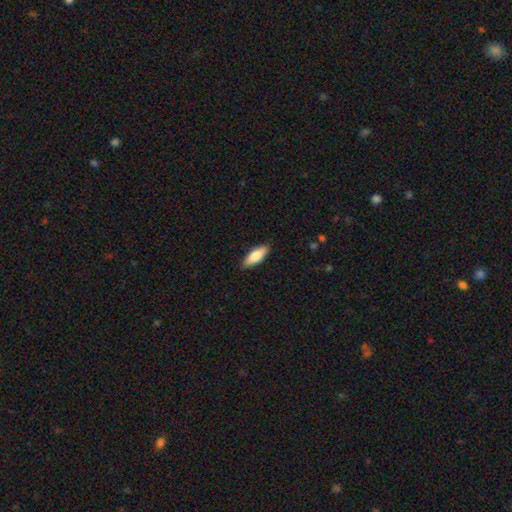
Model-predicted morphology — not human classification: Smooth or featured? Predicted: smooth (p=0.77). How rounded? Predicted: in between (p=0.65). Merging? Predicted: none (p=0.89).